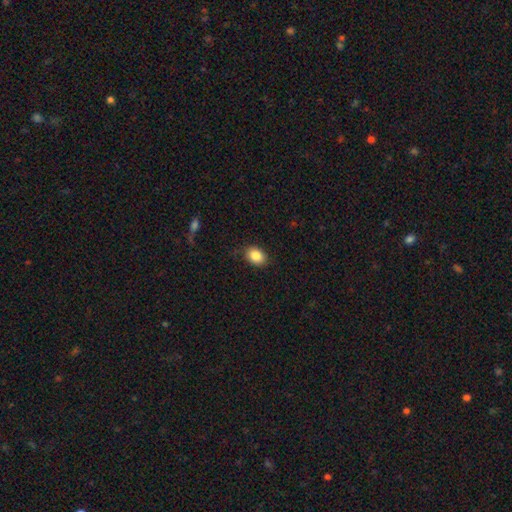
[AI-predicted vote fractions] Morphology: type=smooth (86%); roundness=in between (72%); merging=none (84%).